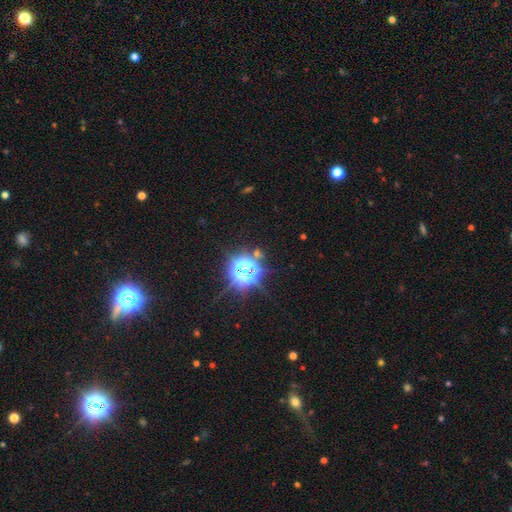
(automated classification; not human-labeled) This appears to be a star or artifact, not a galaxy (79%).